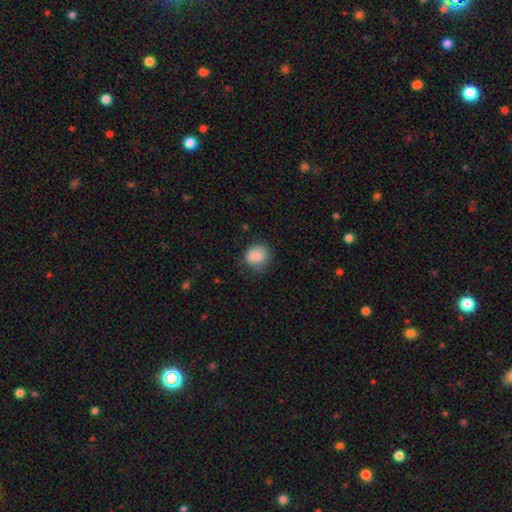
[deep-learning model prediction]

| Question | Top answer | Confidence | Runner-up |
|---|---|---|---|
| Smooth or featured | smooth | 87% | star or artifact (8%) |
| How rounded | round | 73% | in between (26%) |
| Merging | none | 72% | minor disturbance (21%) |